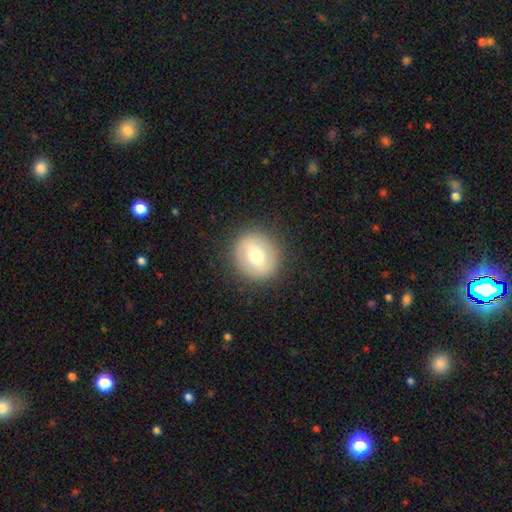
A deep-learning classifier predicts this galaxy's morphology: A smooth galaxy with no disk features (62%) that is round (86%). Merging: none (89%).